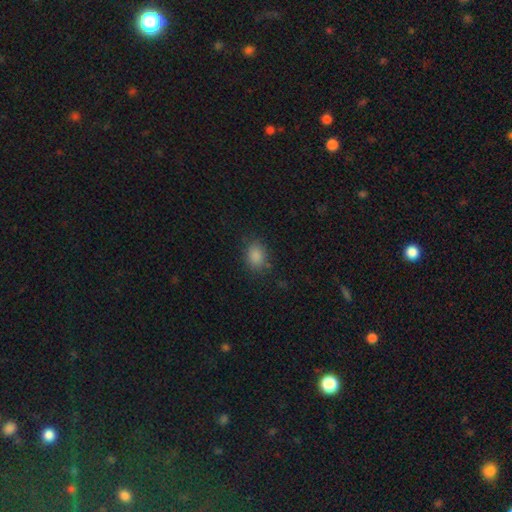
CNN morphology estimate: A smooth galaxy with no disk features (84%) that is in between round and cigar-shaped (61%). Merging: none (83%).